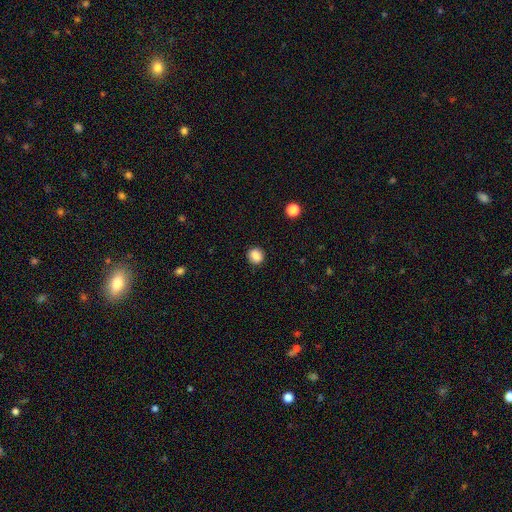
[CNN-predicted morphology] Smooth or featured? smooth (87%)
How rounded? round (80%)
Merging? none (90%)